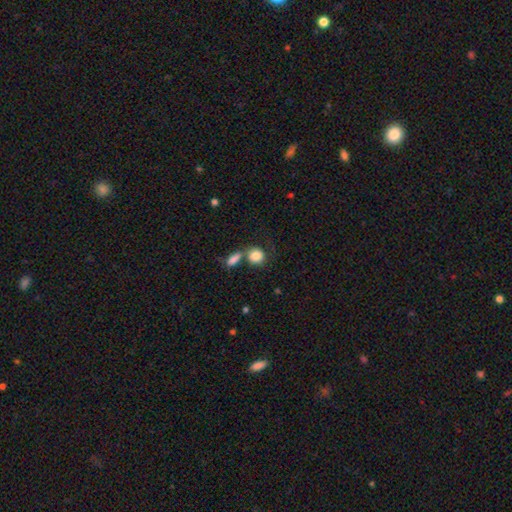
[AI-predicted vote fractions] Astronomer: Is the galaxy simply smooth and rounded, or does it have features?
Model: smooth — 85%.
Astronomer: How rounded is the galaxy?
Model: round — 76%.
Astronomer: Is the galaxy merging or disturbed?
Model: none — 49% (runner-up: merger, 33%).